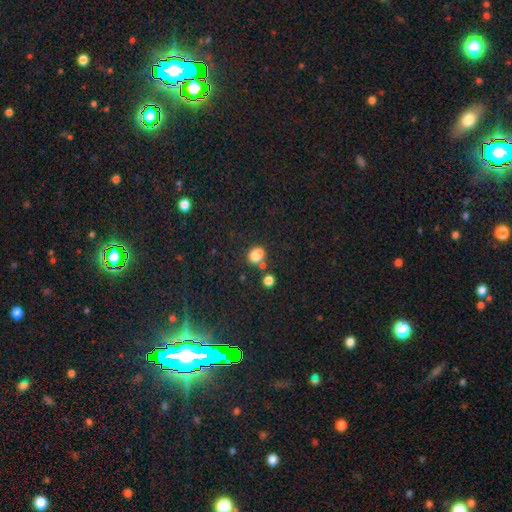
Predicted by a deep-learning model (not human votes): smooth 79%, star or artifact 14%, featured or disk 8%. Down the decision tree: how rounded — round (51%); merging — none (50%).